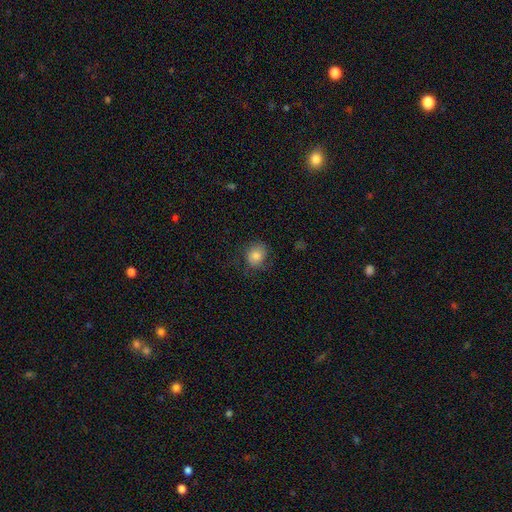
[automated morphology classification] Smooth or featured? Predicted: smooth (p=0.81). How rounded? Predicted: round (p=0.72). Merging? Predicted: none (p=0.73).